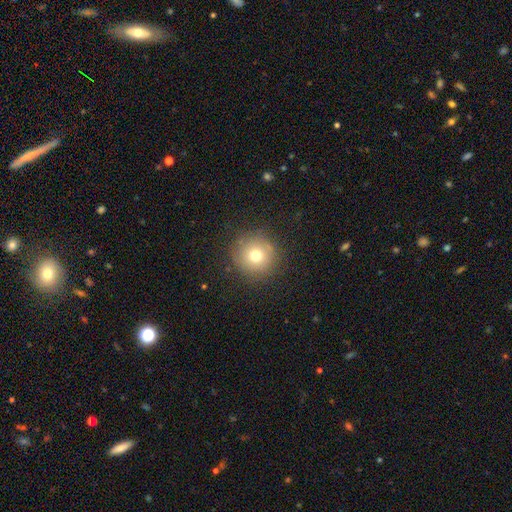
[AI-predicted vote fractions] smooth-or-featured: smooth: 72% | star or artifact: 15% | featured or disk: 13%
  how-rounded: round: 94% | in between: 5% | cigar-shaped: 1%
  merging: none: 86% | minor disturbance: 9% | major disturbance: 4% | merger: 1%